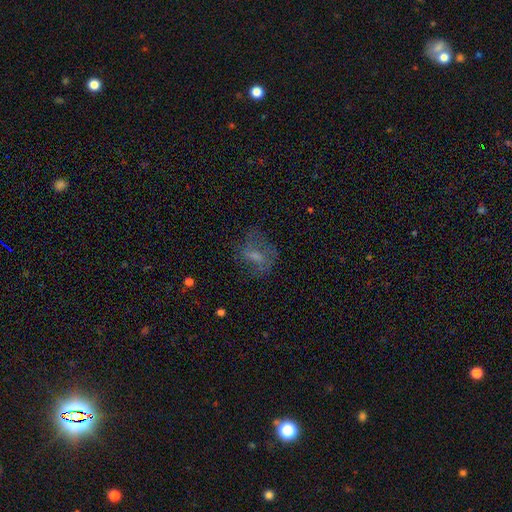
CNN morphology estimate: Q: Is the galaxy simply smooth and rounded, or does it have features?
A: smooth — 43%.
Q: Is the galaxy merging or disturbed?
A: none — 50%.